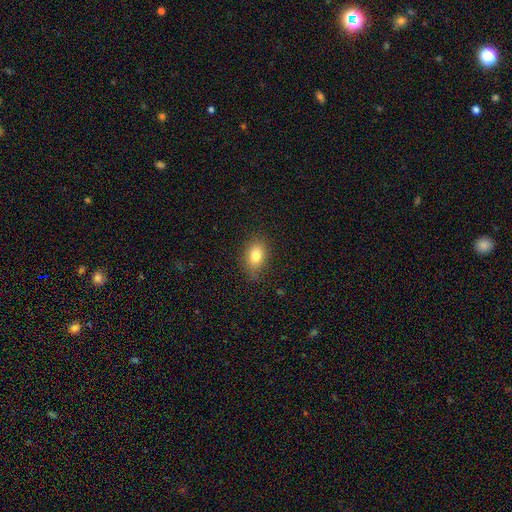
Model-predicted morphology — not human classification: smooth-or-featured: smooth: 80% | star or artifact: 10% | featured or disk: 10%
  how-rounded: in between: 76% | round: 22% | cigar-shaped: 2%
  merging: none: 80% | minor disturbance: 15% | major disturbance: 3% | merger: 1%